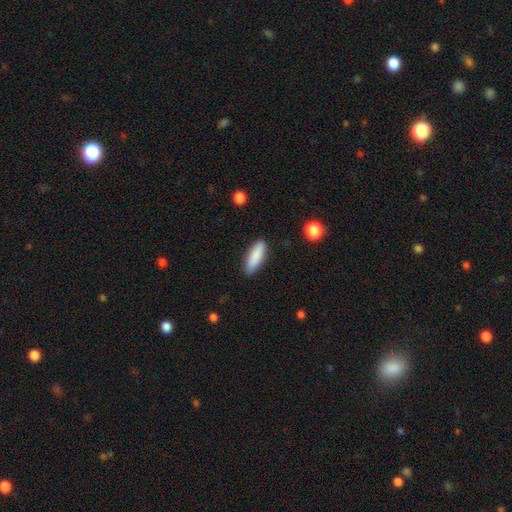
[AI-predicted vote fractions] This appears to be a smooth galaxy with no disk features (86%) that is cigar-shaped (54%). Merging: none (86%).